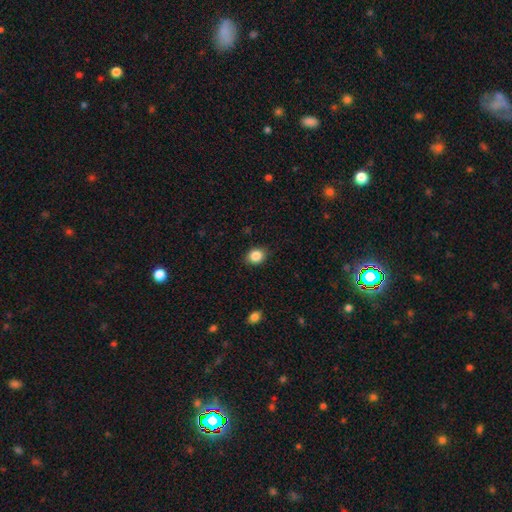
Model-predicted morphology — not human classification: A smooth galaxy with no disk features (86%) that is round (52%).

Vote fractions:
- Smooth or featured? smooth: 86% / star or artifact: 9% / featured or disk: 5%
- How rounded? round: 52% / in between: 47% / cigar-shaped: 1%
- Merging? none: 87% / minor disturbance: 10% / major disturbance: 2% / merger: 1%